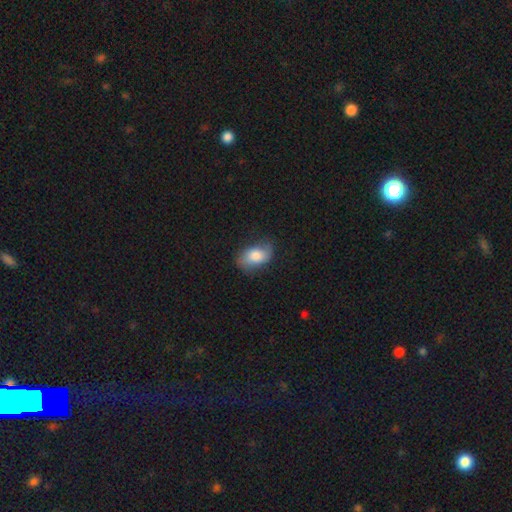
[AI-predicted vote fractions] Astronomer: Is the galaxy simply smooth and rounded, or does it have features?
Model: smooth — 73%.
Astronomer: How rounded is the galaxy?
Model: in between — 89%.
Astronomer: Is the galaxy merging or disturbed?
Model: none — 67%.